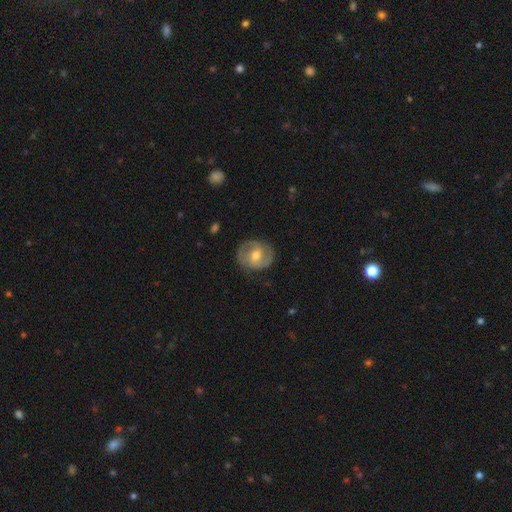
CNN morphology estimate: Q: Smooth or featured?
A: featured or disk (73%); runner-up: smooth (22%)
Q: Edge-on disk?
A: no (97%); runner-up: yes (3%)
Q: Bar?
A: no (44%); runner-up: weak (42%)
Q: Spiral arms?
A: yes (87%); runner-up: no (13%)
Q: Spiral winding?
A: medium (46%); runner-up: tight (39%)
Q: Spiral arm count?
A: 2 (83%); runner-up: can't tell (8%)
Q: Bulge size?
A: moderate (67%); runner-up: small (28%)
Q: Merging?
A: none (81%); runner-up: minor disturbance (13%)